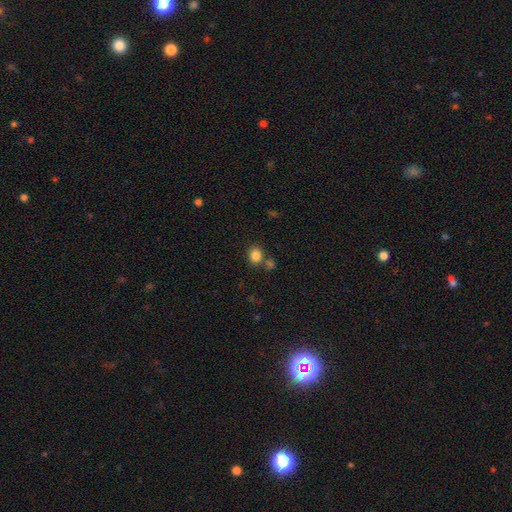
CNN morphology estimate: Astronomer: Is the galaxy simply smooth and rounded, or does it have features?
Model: smooth — 84%.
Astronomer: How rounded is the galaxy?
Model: round — 69%.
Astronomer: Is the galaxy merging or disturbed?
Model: none — 69%.